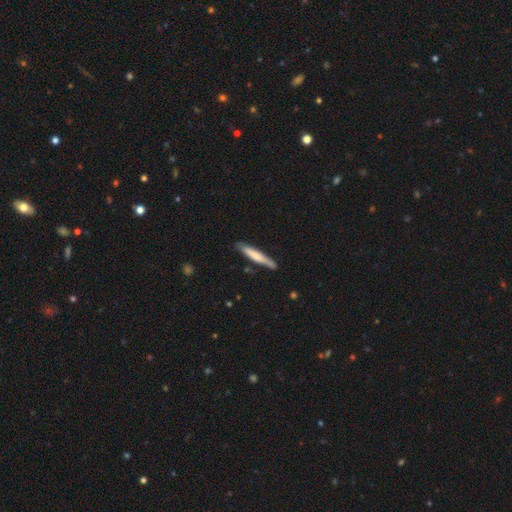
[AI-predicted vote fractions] Overall: smooth (61%; featured or disk 34%). How rounded: cigar-shaped (93%). Merging: none (80%).